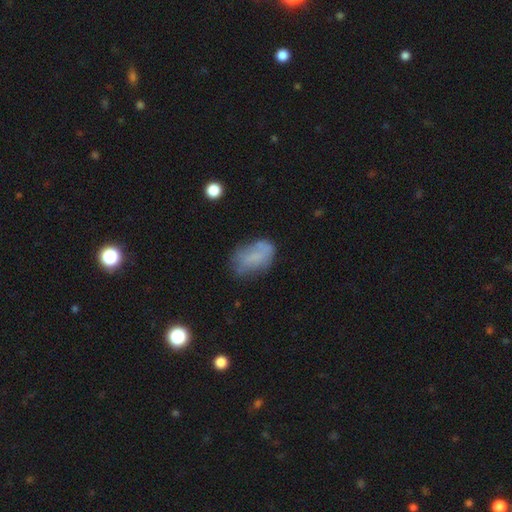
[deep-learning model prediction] Smooth or featured? smooth (65%)
How rounded? in between (90%)
Merging? none (55%)